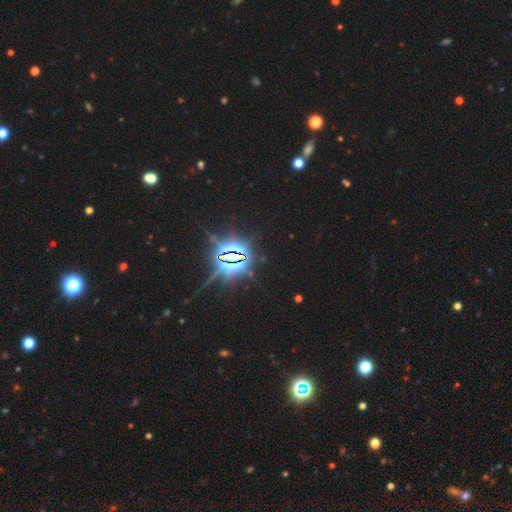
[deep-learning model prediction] A star or artifact, not a galaxy (86%).

Vote fractions:
- Smooth or featured? star or artifact: 86% / smooth: 8% / featured or disk: 6%